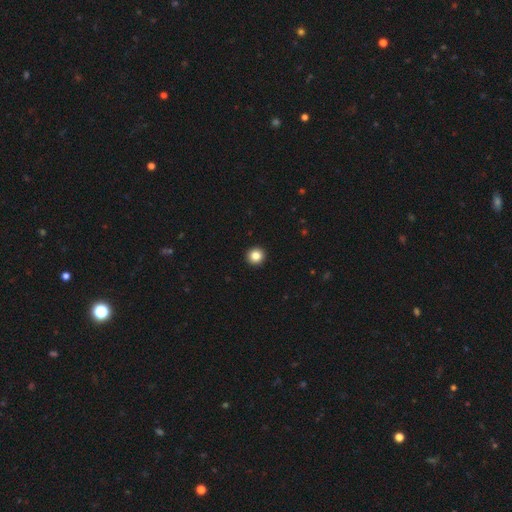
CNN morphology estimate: A smooth galaxy with no disk features (85%) that is round (95%).

Vote fractions:
- Smooth or featured? smooth: 85% / star or artifact: 10% / featured or disk: 5%
- How rounded? round: 95% / in between: 4% / cigar-shaped: 1%
- Merging? none: 94% / minor disturbance: 3% / major disturbance: 1% / merger: 1%